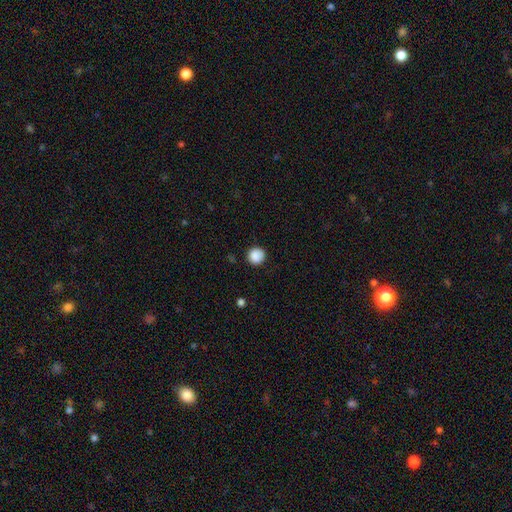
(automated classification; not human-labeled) smooth-or-featured: smooth: 87% | star or artifact: 9% | featured or disk: 3%
  how-rounded: round: 93% | in between: 6% | cigar-shaped: 1%
  merging: none: 87% | minor disturbance: 9% | major disturbance: 2% | merger: 1%